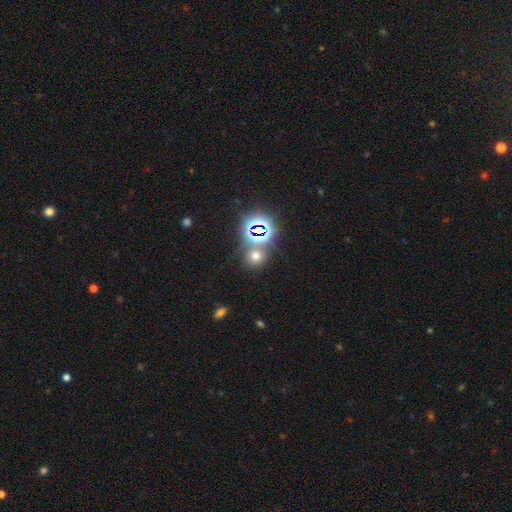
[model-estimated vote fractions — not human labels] Morphology: type=smooth (52%); roundness=round (84%); merging=none (70%).